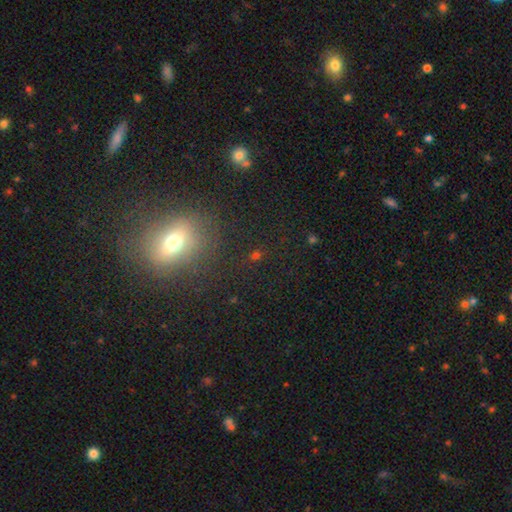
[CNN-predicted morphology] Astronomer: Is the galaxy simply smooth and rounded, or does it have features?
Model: smooth — 47% (runner-up: star or artifact, 35%).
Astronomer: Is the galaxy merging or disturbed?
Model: none — 79%.